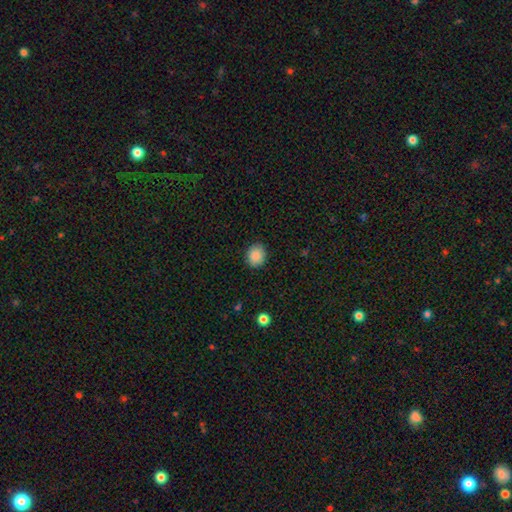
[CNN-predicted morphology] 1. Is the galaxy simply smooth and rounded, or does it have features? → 88% smooth, 8% star or artifact, 3% featured or disk.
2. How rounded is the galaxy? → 69% round, 30% in between, 1% cigar-shaped.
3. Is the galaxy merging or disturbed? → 88% none, 8% minor disturbance, 2% major disturbance, 1% merger.